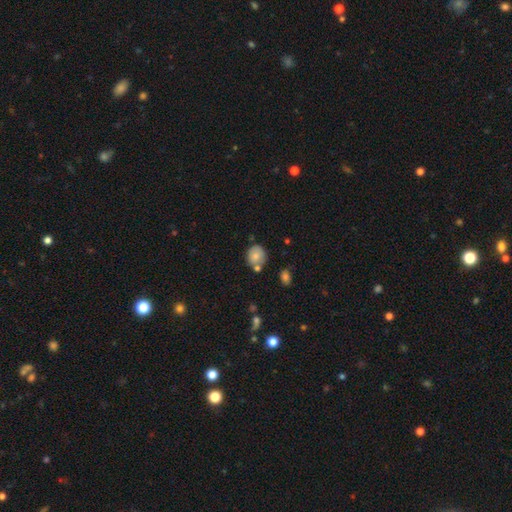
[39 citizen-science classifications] Smooth or featured? smooth (74%)
How rounded? round (62%)
Merging? none (60%)